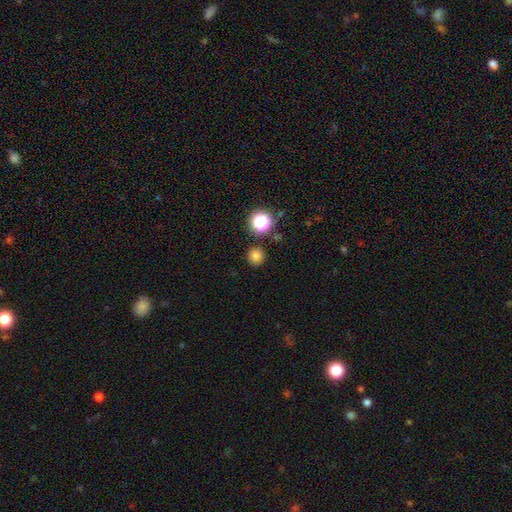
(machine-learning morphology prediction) smooth_or_featured: smooth (p=0.77) [alt: star or artifact p=0.17]
how_rounded: round (p=0.94) [alt: in between p=0.05]
merging: none (p=0.89) [alt: minor disturbance p=0.06]